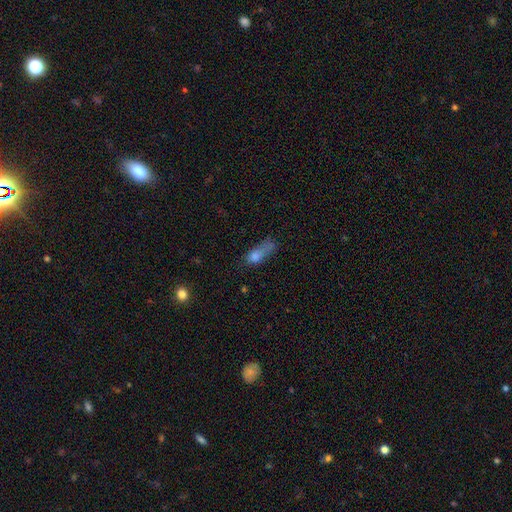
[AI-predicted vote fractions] This appears to be a smooth galaxy with no disk features (69%) that is in between round and cigar-shaped (60%). Merging: major disturbance (34%).